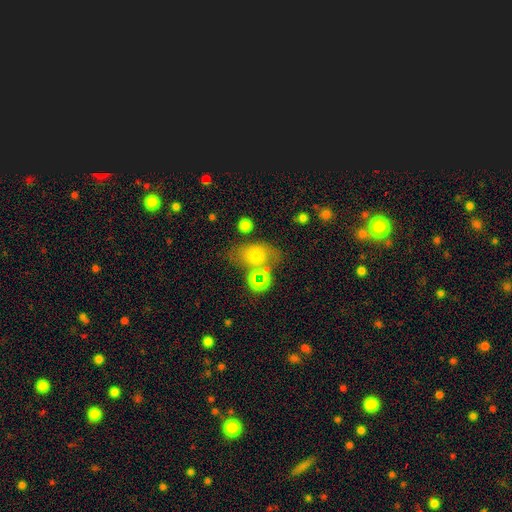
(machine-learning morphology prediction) The model was most divided on "merging": none: 52%, minor disturbance: 19%, merger: 18%, major disturbance: 11%. More confident: how rounded — in between (70%); smooth or featured — smooth (65%).